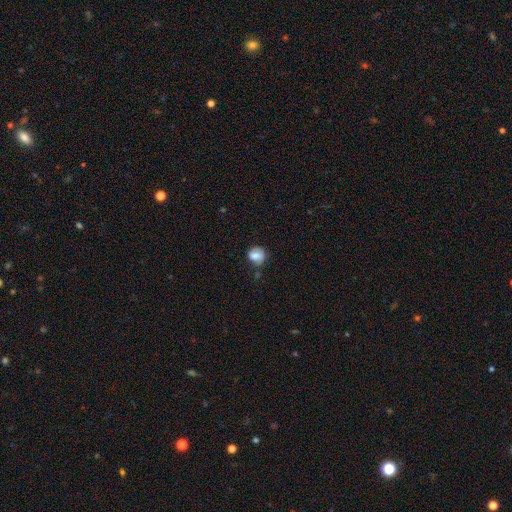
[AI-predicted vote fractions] Q: Smooth or featured?
A: smooth (77%); runner-up: featured or disk (14%)
Q: How rounded?
A: round (70%); runner-up: in between (29%)
Q: Merging?
A: none (57%); runner-up: minor disturbance (27%)